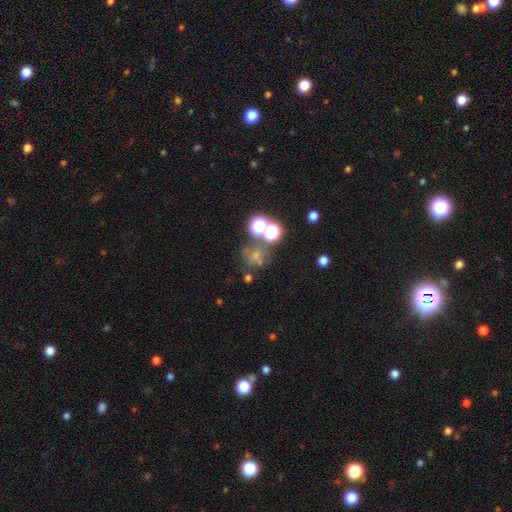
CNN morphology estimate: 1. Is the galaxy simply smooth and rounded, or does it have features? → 51% smooth, 32% star or artifact, 18% featured or disk.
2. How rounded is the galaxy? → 79% round, 20% in between, 1% cigar-shaped.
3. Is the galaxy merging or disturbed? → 49% none, 29% merger, 13% minor disturbance, 10% major disturbance.